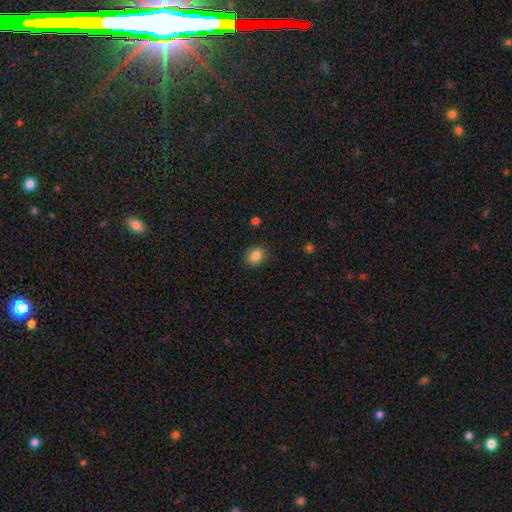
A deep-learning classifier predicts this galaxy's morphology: A smooth galaxy with no disk features (85%) that is round (51%). Merging: none (84%).